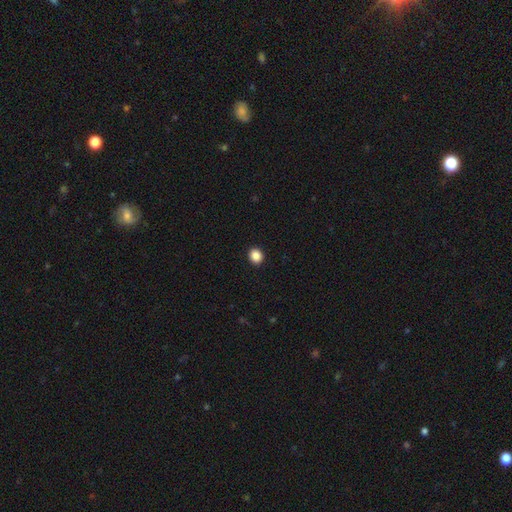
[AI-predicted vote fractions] A smooth galaxy with no disk features (87%) that is round (72%). Merging: none (93%).